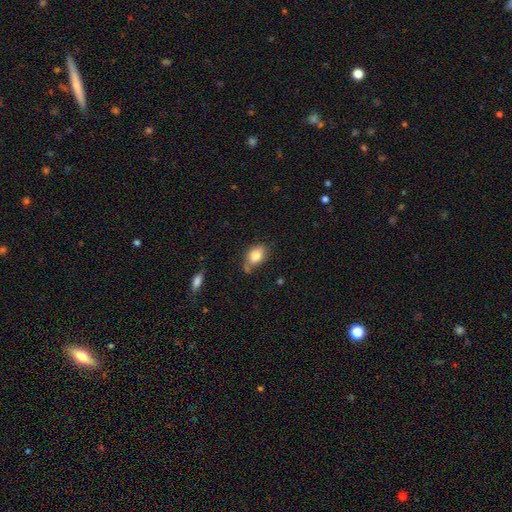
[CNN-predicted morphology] Smooth or featured?
  - smooth: 82% *
  - featured or disk: 10%
  - star or artifact: 8%
How rounded?
  - in between: 79% *
  - round: 20%
  - cigar-shaped: 2%
Merging?
  - none: 61% *
  - minor disturbance: 23%
  - merger: 11%
  - major disturbance: 5%